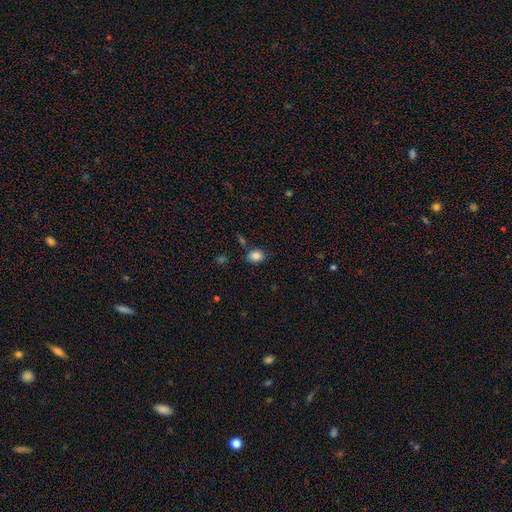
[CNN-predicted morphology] A smooth galaxy with no disk features (85%) that is in between round and cigar-shaped (67%). Merging: none (79%).